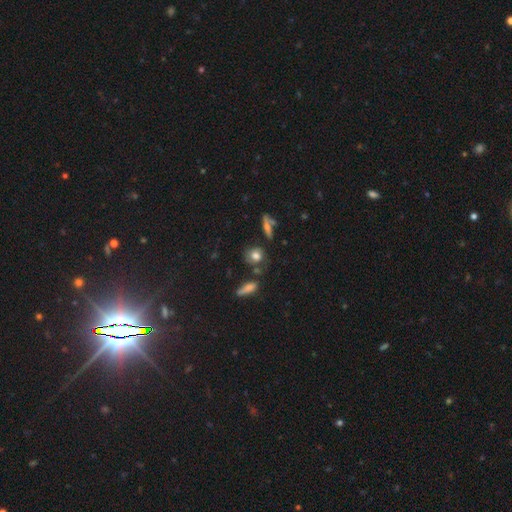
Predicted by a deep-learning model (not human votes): Smooth or featured? Predicted: smooth (p=0.76). How rounded? Predicted: round (p=0.67). Merging? Predicted: none (p=0.67).